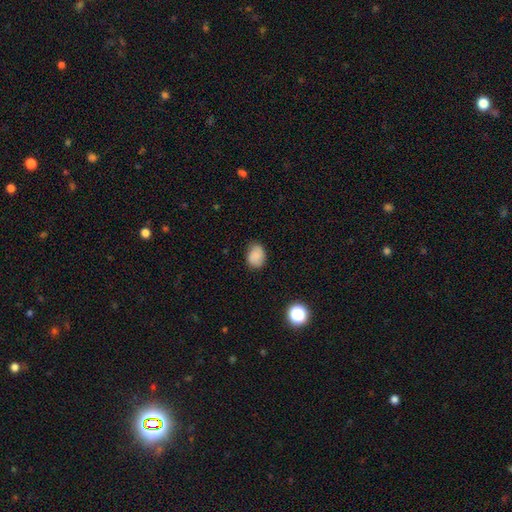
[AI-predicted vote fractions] smooth-or-featured: smooth: 82% | star or artifact: 9% | featured or disk: 9%
  how-rounded: in between: 63% | round: 36% | cigar-shaped: 1%
  merging: none: 72% | minor disturbance: 23% | major disturbance: 4% | merger: 1%